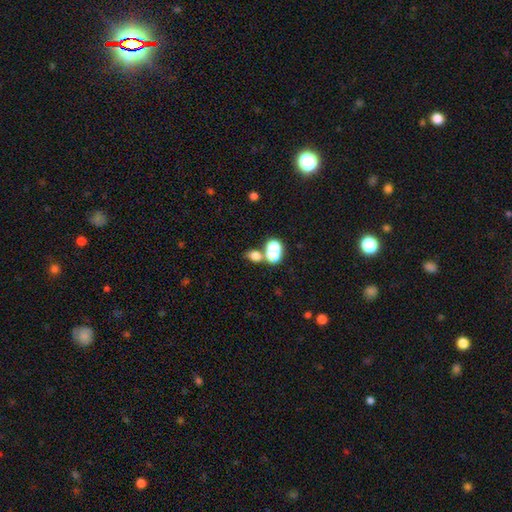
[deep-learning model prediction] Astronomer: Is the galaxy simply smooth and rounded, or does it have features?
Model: smooth — 66%.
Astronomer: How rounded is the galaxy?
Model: round — 50% (runner-up: in between, 49%).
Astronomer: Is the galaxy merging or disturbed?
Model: merger — 54% (runner-up: none, 34%).